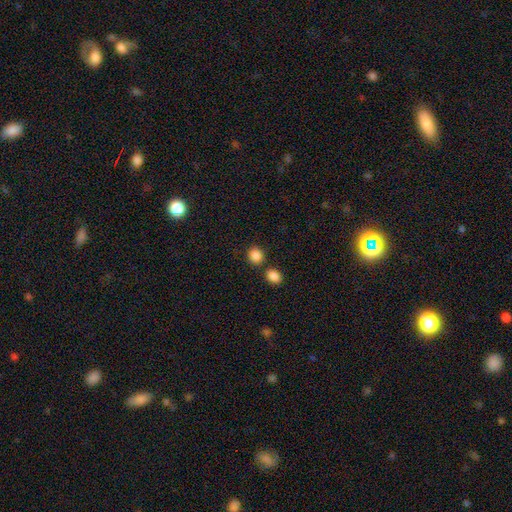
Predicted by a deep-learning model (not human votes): The model was most divided on "how rounded": round: 76%, in between: 23%, cigar-shaped: 1%. More confident: smooth or featured — smooth (86%); merging — none (74%).